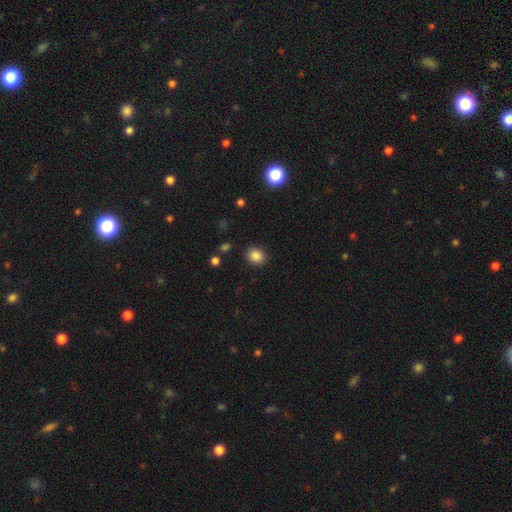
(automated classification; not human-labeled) smooth-or-featured: smooth: 86% | star or artifact: 10% | featured or disk: 4%
  how-rounded: round: 69% | in between: 31% | cigar-shaped: 1%
  merging: none: 89% | minor disturbance: 7% | major disturbance: 2% | merger: 1%